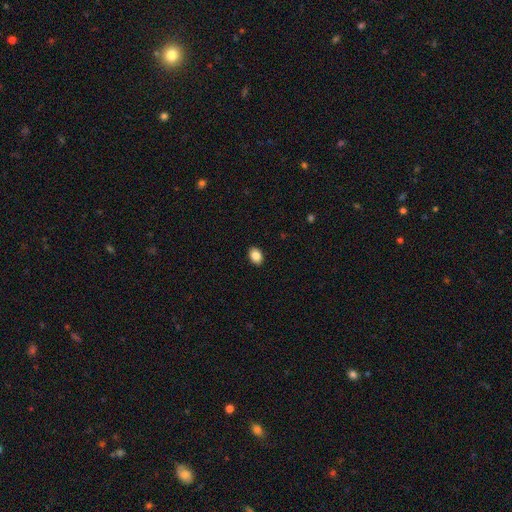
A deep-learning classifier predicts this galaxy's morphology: smooth-or-featured: smooth: 87% | star or artifact: 8% | featured or disk: 5%
  how-rounded: in between: 77% | round: 22% | cigar-shaped: 1%
  merging: none: 91% | minor disturbance: 7% | major disturbance: 2% | merger: 1%